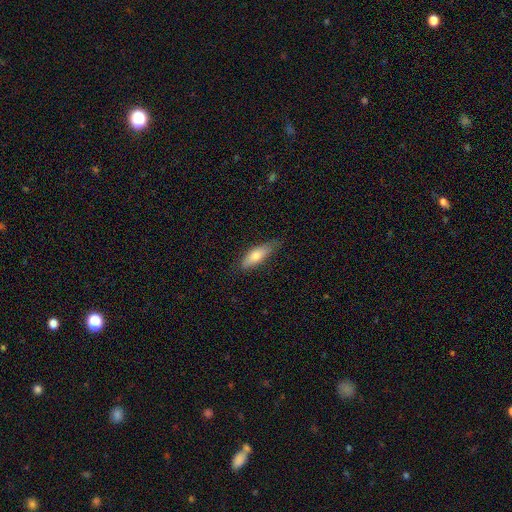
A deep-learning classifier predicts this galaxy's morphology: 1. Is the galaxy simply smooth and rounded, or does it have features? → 69% smooth, 24% featured or disk, 6% star or artifact.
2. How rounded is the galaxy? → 50% in between, 48% cigar-shaped, 2% round.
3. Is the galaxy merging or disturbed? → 73% none, 22% minor disturbance, 4% major disturbance, 1% merger.